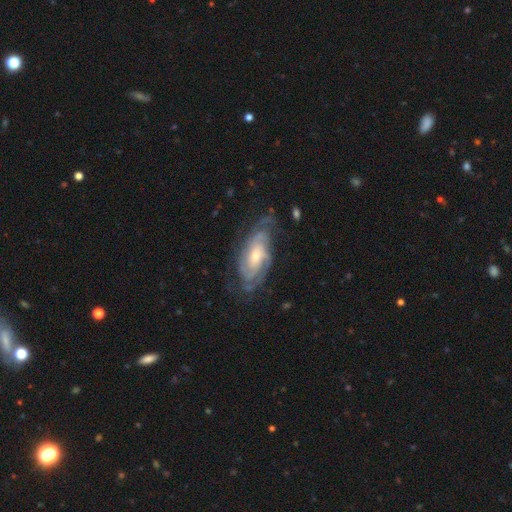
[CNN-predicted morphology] Smooth or featured? Predicted: featured or disk (p=0.85). Edge-on disk? Predicted: no (p=0.93). Bar? Predicted: no (p=0.64). Spiral arms? Predicted: yes (p=0.96). Spiral winding? Predicted: tight (p=0.63). Spiral arm count? Predicted: can't tell (p=0.33). Bulge size? Predicted: moderate (p=0.47). Merging? Predicted: none (p=0.69).